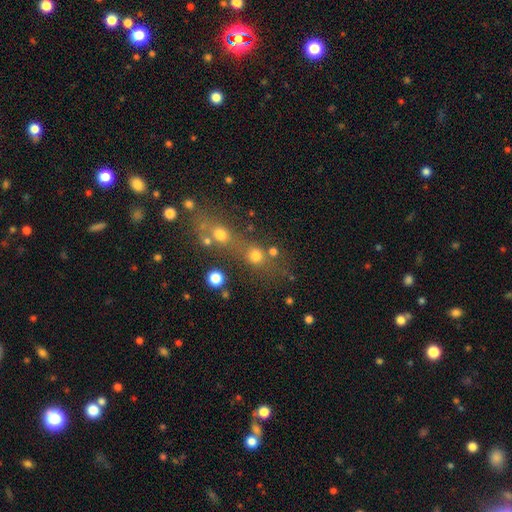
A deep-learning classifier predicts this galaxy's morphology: Smooth or featured: smooth — 71% (star or artifact — 18%)
How rounded: round — 81% (in between — 15%)
Merging: none — 49% (merger — 36%)